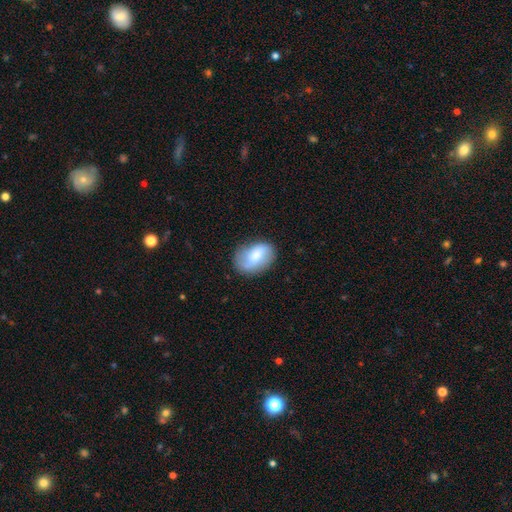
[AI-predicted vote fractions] A smooth galaxy with no disk features (55%) that is in between round and cigar-shaped (82%). Merging: none (72%).